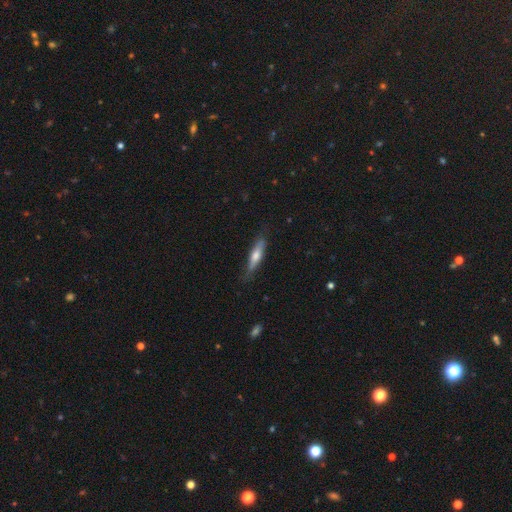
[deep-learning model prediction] Smooth or featured: smooth — 54% (featured or disk — 41%)
How rounded: cigar-shaped — 81% (in between — 17%)
Merging: none — 79% (minor disturbance — 17%)